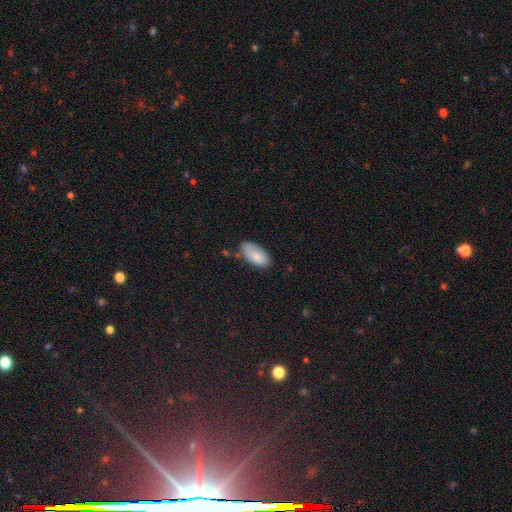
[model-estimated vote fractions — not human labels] smooth 84%, featured or disk 10%, star or artifact 6%. Down the decision tree: how rounded — in between (93%); merging — none (66%).